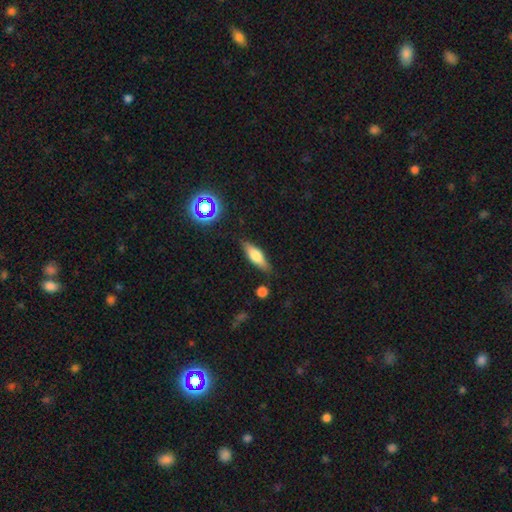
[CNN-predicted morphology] smooth-or-featured: smooth: 52% | featured or disk: 39% | star or artifact: 9%
  how-rounded: cigar-shaped: 49% | in between: 48% | round: 3%
  merging: none: 83% | minor disturbance: 11% | major disturbance: 3% | merger: 2%